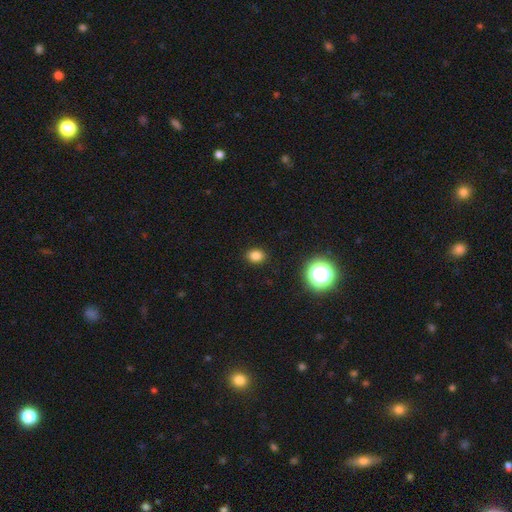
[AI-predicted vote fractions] Q: Smooth or featured?
A: smooth (81%); runner-up: star or artifact (14%)
Q: How rounded?
A: in between (55%); runner-up: round (44%)
Q: Merging?
A: none (89%); runner-up: minor disturbance (8%)